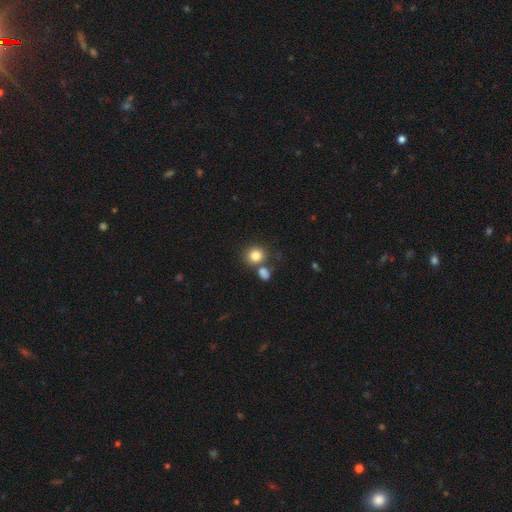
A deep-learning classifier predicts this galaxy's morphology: A smooth galaxy with no disk features (82%) that is round (84%). Merging: none (64%).